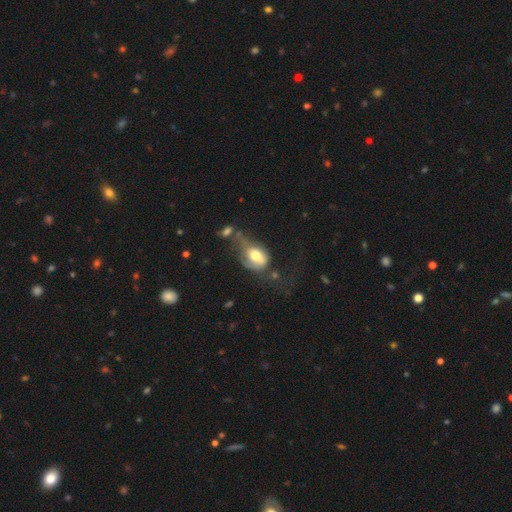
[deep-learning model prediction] Q: Smooth or featured?
A: smooth (58%); runner-up: featured or disk (34%)
Q: How rounded?
A: in between (73%); runner-up: round (24%)
Q: Merging?
A: major disturbance (41%); runner-up: minor disturbance (21%)